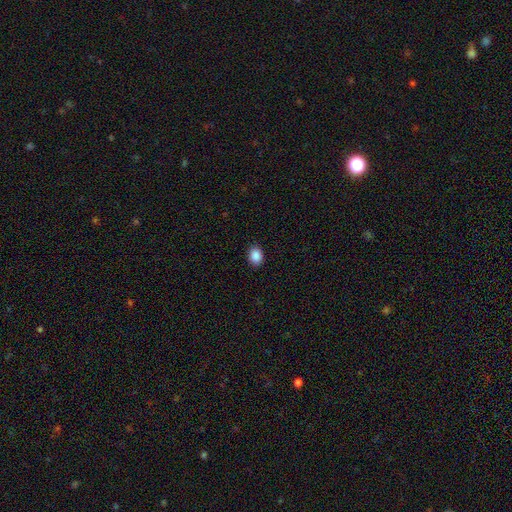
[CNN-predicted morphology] Smooth or featured: smooth — 89% (star or artifact — 9%)
How rounded: in between — 58% (round — 41%)
Merging: none — 90% (minor disturbance — 7%)